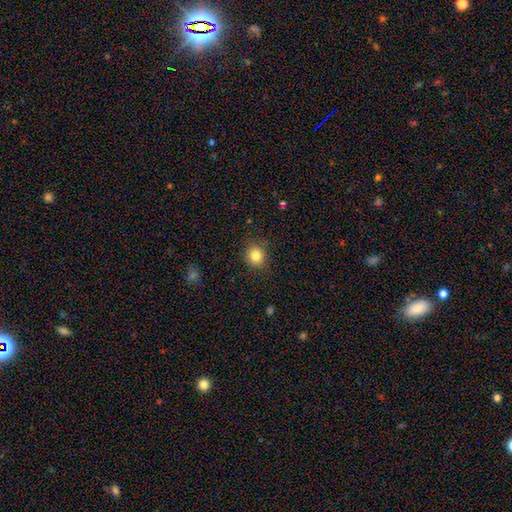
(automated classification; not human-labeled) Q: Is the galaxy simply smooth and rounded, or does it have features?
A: smooth — 83%.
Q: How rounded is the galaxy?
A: round — 81%.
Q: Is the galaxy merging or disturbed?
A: none — 87%.